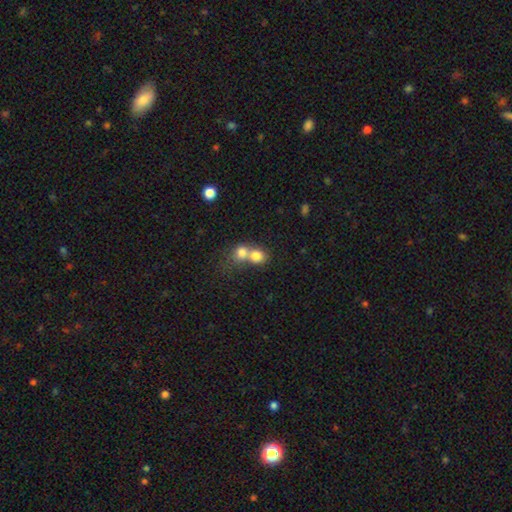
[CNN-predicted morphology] Smooth or featured? Predicted: smooth (p=0.77). How rounded? Predicted: round (p=0.70). Merging? Predicted: merger (p=0.67).